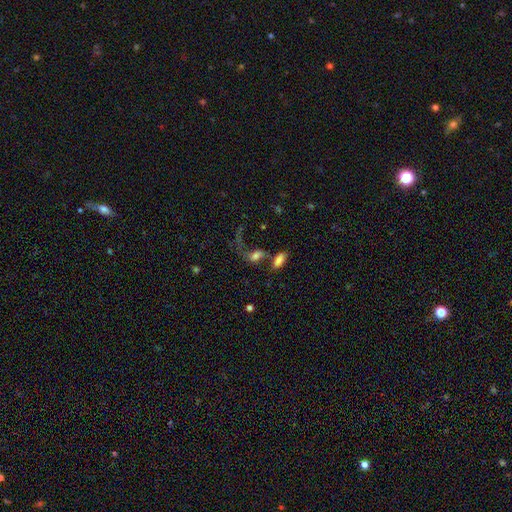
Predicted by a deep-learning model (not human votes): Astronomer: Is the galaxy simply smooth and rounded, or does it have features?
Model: smooth — 60%.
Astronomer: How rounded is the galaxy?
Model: in between — 81%.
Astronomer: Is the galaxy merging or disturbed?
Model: merger — 39% (runner-up: major disturbance, 25%).